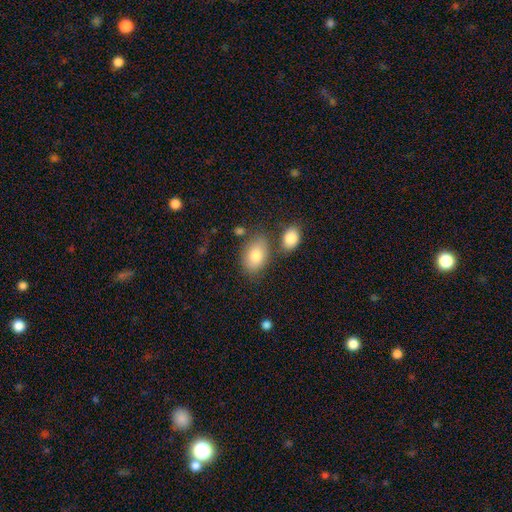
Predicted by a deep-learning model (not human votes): Smooth or featured: smooth — 81% (featured or disk — 12%)
How rounded: in between — 85% (round — 14%)
Merging: none — 66% (minor disturbance — 16%)